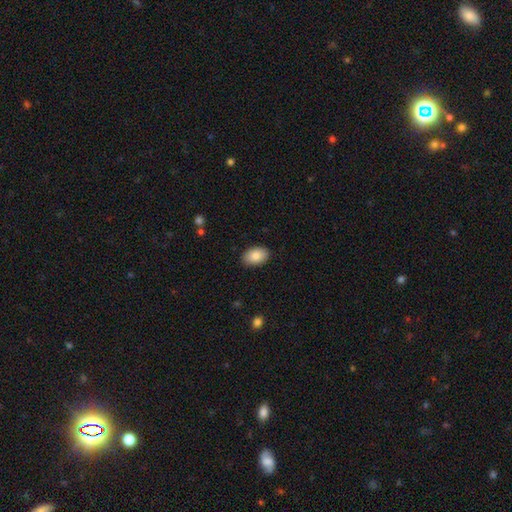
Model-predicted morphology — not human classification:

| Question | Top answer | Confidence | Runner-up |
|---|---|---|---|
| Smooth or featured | smooth | 86% | featured or disk (8%) |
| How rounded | in between | 90% | round (9%) |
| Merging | none | 88% | minor disturbance (9%) |